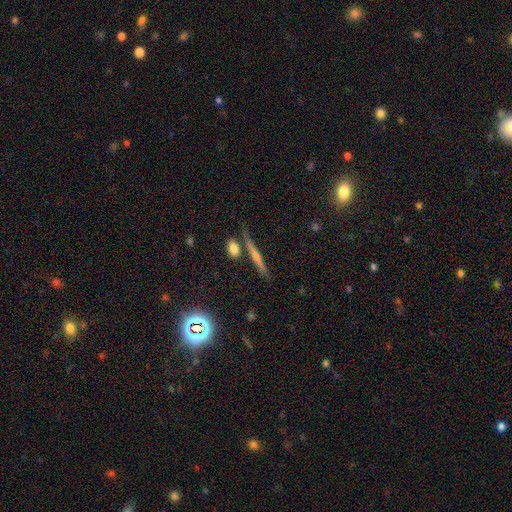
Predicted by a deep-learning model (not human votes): Smooth or featured?
  - featured or disk: 46% *
  - smooth: 40%
  - star or artifact: 14%
Merging?
  - none: 79% *
  - minor disturbance: 9%
  - merger: 8%
  - major disturbance: 3%